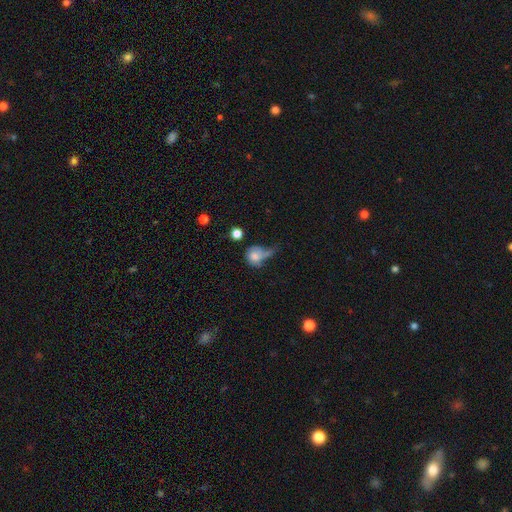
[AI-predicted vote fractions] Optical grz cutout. It shows a smooth galaxy with no disk features (66%) that is round (68%). Merging: major disturbance (37%).